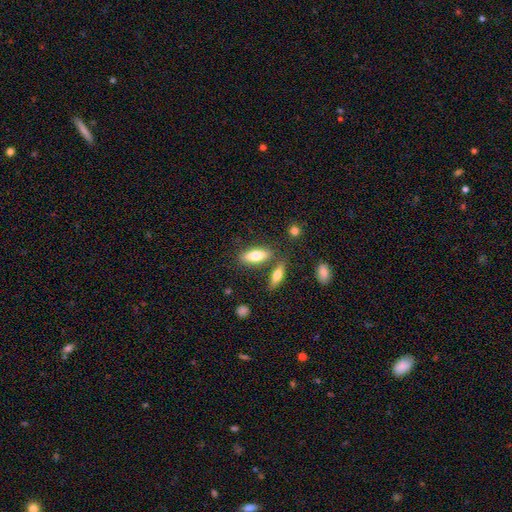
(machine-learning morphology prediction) Smooth or featured?
  - smooth: 74% *
  - featured or disk: 20%
  - star or artifact: 6%
How rounded?
  - in between: 70% *
  - cigar-shaped: 27%
  - round: 3%
Merging?
  - none: 70% *
  - merger: 15%
  - minor disturbance: 11%
  - major disturbance: 3%